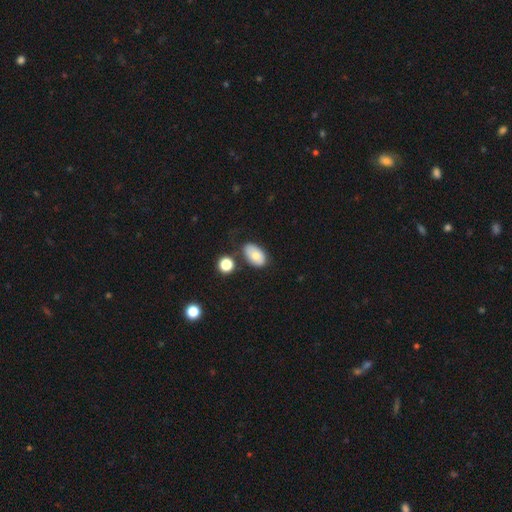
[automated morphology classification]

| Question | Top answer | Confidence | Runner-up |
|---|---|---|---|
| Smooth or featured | smooth | 74% | featured or disk (18%) |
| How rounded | in between | 91% | round (8%) |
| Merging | none | 67% | minor disturbance (19%) |